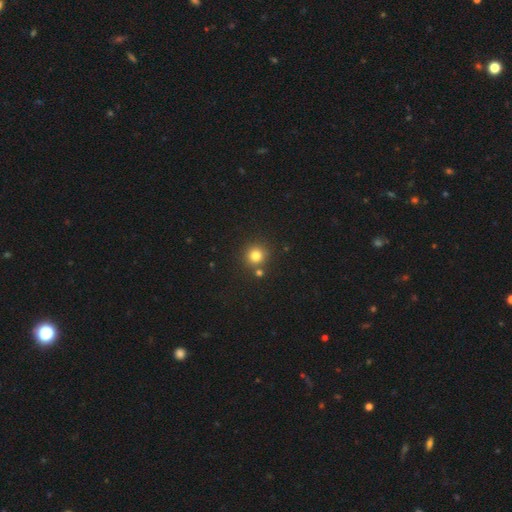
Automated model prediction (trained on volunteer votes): Morphology: type=smooth (80%); roundness=round (92%); merging=none (80%).